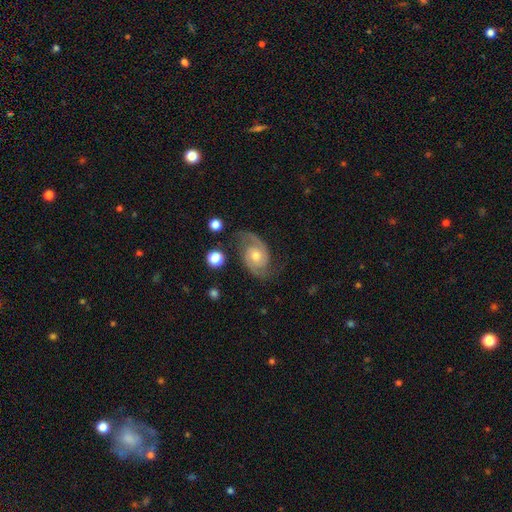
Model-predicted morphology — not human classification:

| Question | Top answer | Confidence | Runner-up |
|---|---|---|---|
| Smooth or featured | featured or disk | 88% | smooth (7%) |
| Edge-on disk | no | 98% | yes (2%) |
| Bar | no | 68% | weak (27%) |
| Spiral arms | yes | 97% | no (3%) |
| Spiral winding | medium | 54% | tight (29%) |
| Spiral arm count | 2 | 93% | can't tell (3%) |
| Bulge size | moderate | 62% | small (29%) |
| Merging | none | 78% | minor disturbance (15%) |